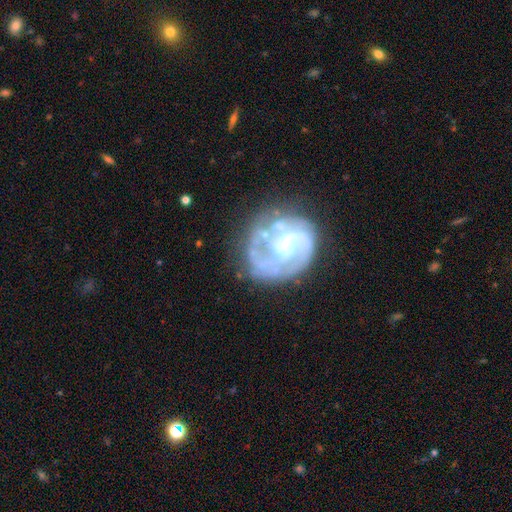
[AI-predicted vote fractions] Smooth or featured: featured or disk — 79% (smooth — 13%)
Edge-on disk: no — 98% (yes — 2%)
Bar: no — 42% (tied with weak — 42%)
Spiral arms: yes — 83% (no — 17%)
Spiral winding: tight — 46% (medium — 37%)
Spiral arm count: 2 — 41% (can't tell — 23%)
Bulge size: moderate — 51% (small — 26%)
Merging: none — 55% (minor disturbance — 20%)